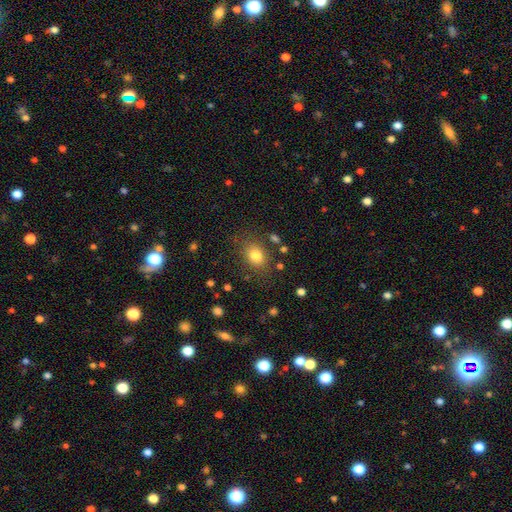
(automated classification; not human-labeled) A smooth galaxy with no disk features (80%) that is in between round and cigar-shaped (60%).

Vote fractions:
- Smooth or featured? smooth: 80% / star or artifact: 11% / featured or disk: 8%
- How rounded? in between: 60% / round: 39% / cigar-shaped: 1%
- Merging? none: 79% / minor disturbance: 13% / major disturbance: 5% / merger: 3%